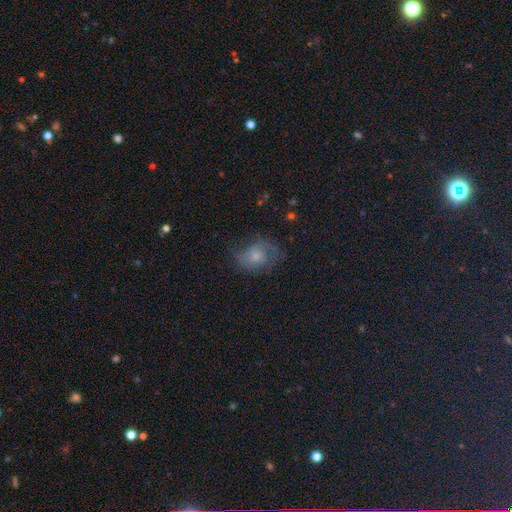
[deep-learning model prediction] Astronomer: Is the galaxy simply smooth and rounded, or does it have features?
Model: featured or disk — 50% (runner-up: smooth, 39%).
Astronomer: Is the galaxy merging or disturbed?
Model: none — 50% (runner-up: minor disturbance, 26%).